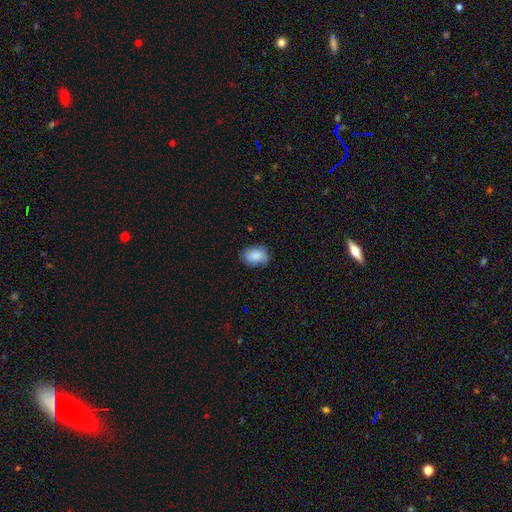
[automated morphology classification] Smooth or featured?
  - smooth: 79% *
  - featured or disk: 14%
  - star or artifact: 8%
How rounded?
  - in between: 78% *
  - round: 21%
  - cigar-shaped: 1%
Merging?
  - none: 74% *
  - minor disturbance: 20%
  - major disturbance: 5%
  - merger: 1%